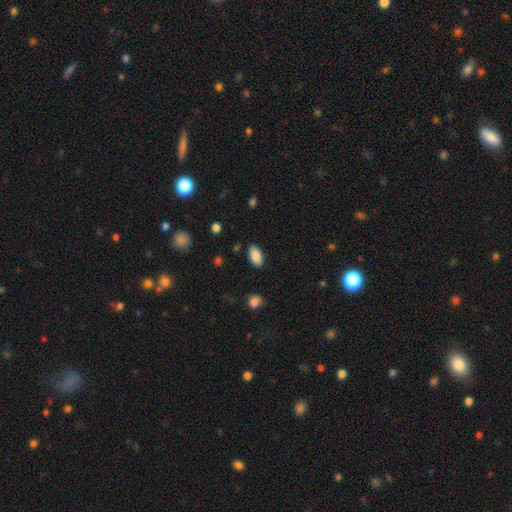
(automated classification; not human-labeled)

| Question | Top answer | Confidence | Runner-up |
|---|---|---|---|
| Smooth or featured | smooth | 85% | featured or disk (8%) |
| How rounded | in between | 94% | round (3%) |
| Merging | none | 86% | minor disturbance (10%) |